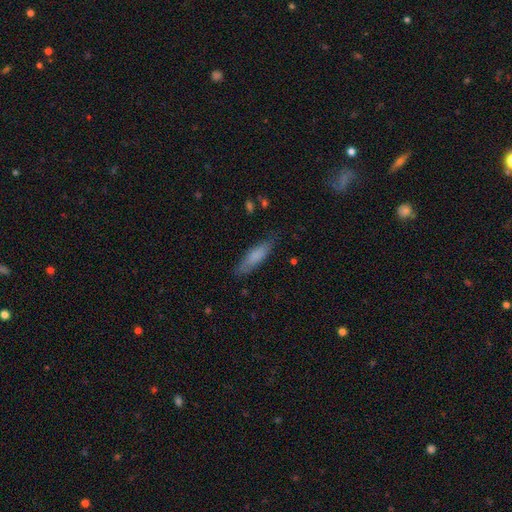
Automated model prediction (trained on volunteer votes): Q: Smooth or featured?
A: smooth (77%); runner-up: featured or disk (16%)
Q: How rounded?
A: cigar-shaped (65%); runner-up: in between (34%)
Q: Merging?
A: none (78%); runner-up: minor disturbance (17%)